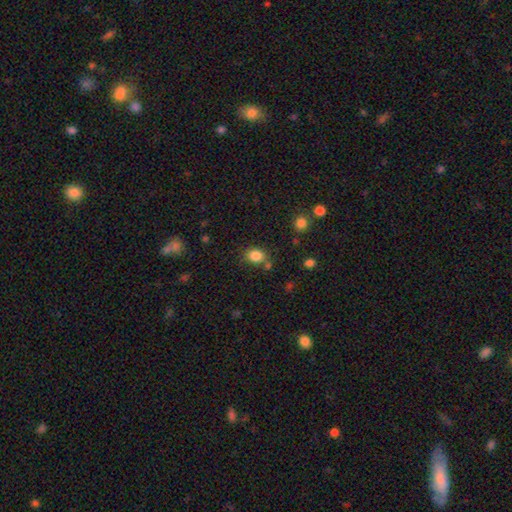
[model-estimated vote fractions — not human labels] This is clearly a smooth galaxy (84%). How rounded: possibly in between (55%). Merging: likely none (70%).